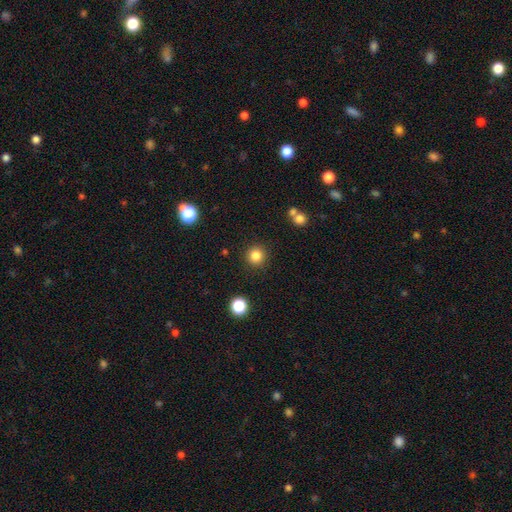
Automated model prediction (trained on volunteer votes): This appears to be a smooth galaxy with no disk features (84%) that is round (95%). Merging: none (90%).